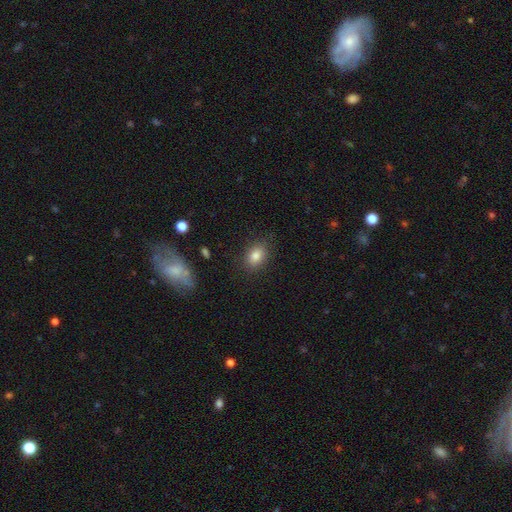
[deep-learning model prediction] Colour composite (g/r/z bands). It shows a smooth galaxy with no disk features (84%) that is in between round and cigar-shaped (75%). Merging: none (85%).